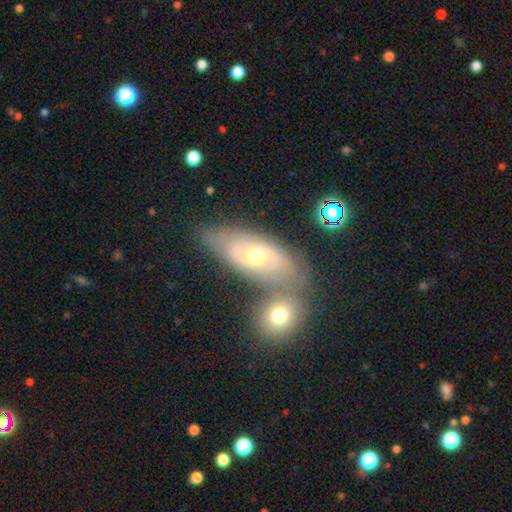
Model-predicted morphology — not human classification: The model was most divided on "bar": no: 53%, weak: 35%, strong: 12%. More confident: edge-on disk — no (89%); spiral arms — yes (76%); bulge size — moderate (71%); smooth or featured — featured or disk (70%); merging — none (54%).